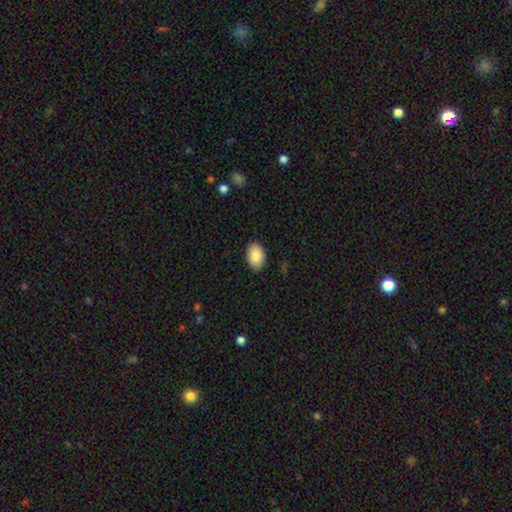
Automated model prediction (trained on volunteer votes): Q: Smooth or featured?
A: smooth (86%); runner-up: featured or disk (7%)
Q: How rounded?
A: in between (90%); runner-up: round (9%)
Q: Merging?
A: none (88%); runner-up: minor disturbance (9%)